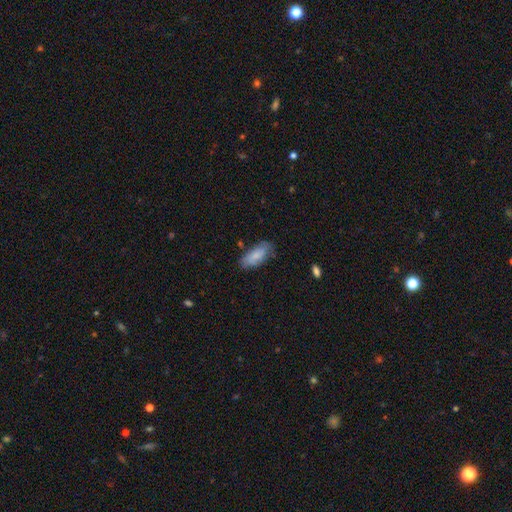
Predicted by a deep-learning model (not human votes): Smooth or featured? Predicted: smooth (p=0.79). How rounded? Predicted: in between (p=0.84). Merging? Predicted: none (p=0.66).